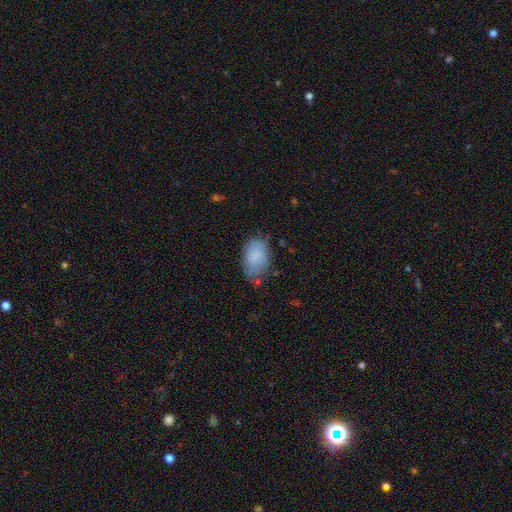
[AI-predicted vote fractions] Smooth or featured?
  - smooth: 83% *
  - featured or disk: 10%
  - star or artifact: 7%
How rounded?
  - in between: 89% *
  - round: 10%
  - cigar-shaped: 1%
Merging?
  - none: 59% *
  - minor disturbance: 29%
  - major disturbance: 8%
  - merger: 3%